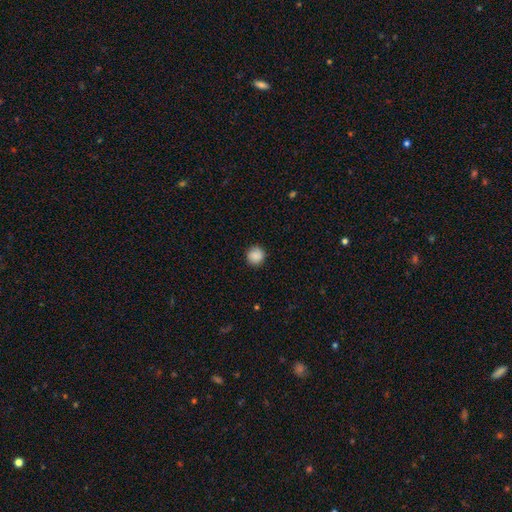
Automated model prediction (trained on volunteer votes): A smooth galaxy with no disk features (87%) that is round (93%). Merging: none (87%).